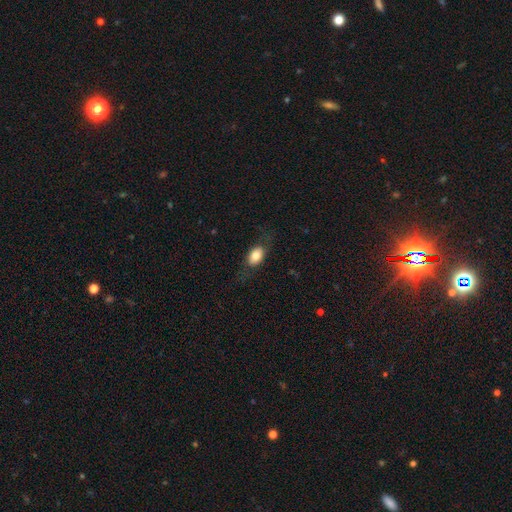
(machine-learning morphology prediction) type=smooth (75%); roundness=in between (84%); merging=none (74%).